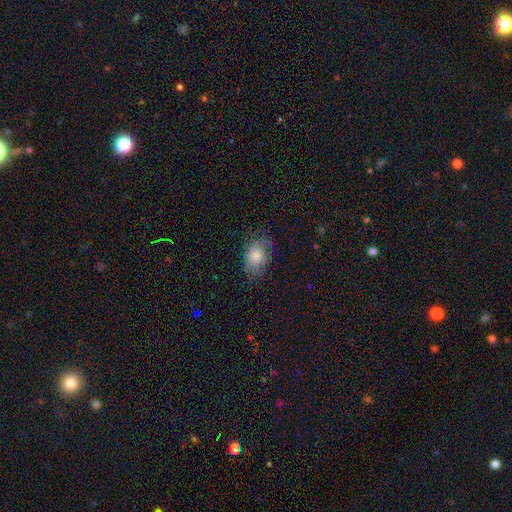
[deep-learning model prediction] smooth 67%, featured or disk 22%, star or artifact 11%. Down the decision tree: how rounded — in between (79%); merging — none (63%).